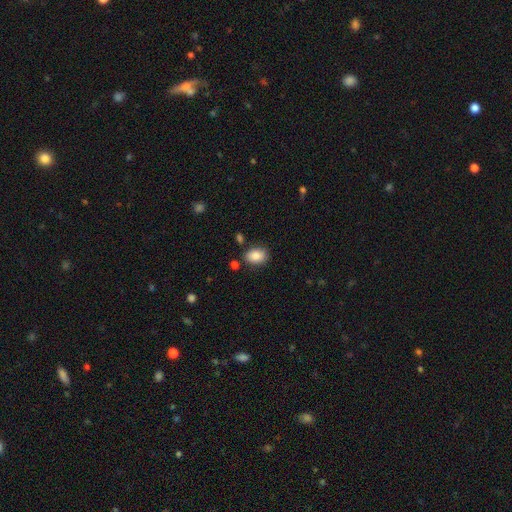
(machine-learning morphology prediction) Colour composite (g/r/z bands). It shows a smooth galaxy with no disk features (86%) that is in between round and cigar-shaped (78%). Merging: none (80%).